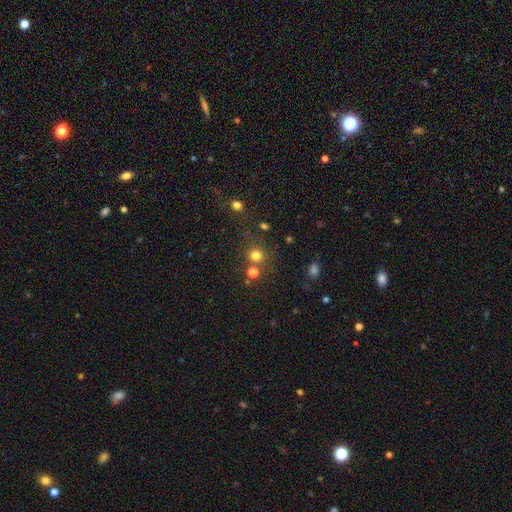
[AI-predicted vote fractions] The model was most divided on "merging": none: 70%, merger: 16%, minor disturbance: 9%, major disturbance: 5%. More confident: how rounded — round (89%); smooth or featured — smooth (75%).